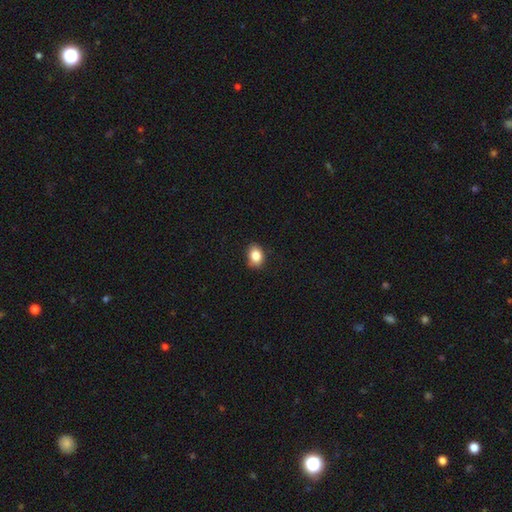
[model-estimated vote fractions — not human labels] This is clearly a smooth galaxy (85%). How rounded: likely in between (67%). Merging: clearly none (82%).